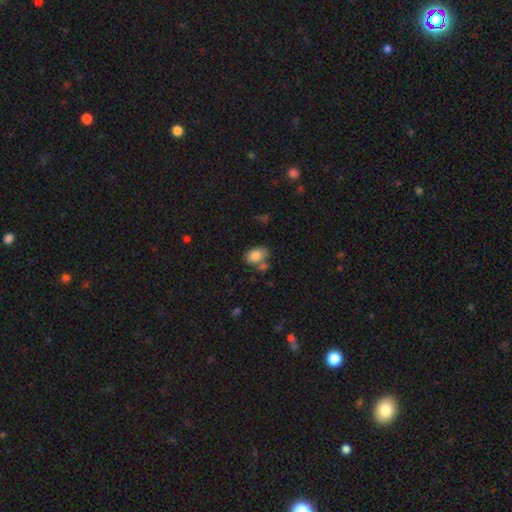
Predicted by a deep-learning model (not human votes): This is clearly a smooth galaxy (83%). How rounded: clearly in between (83%). Merging: possibly none (57%).